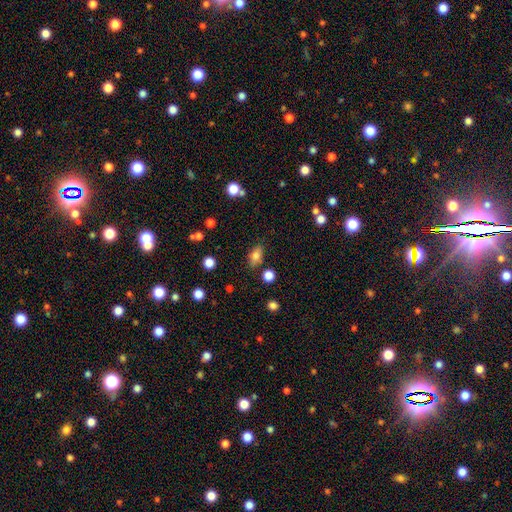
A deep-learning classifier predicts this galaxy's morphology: A smooth galaxy with no disk features (79%) that is in between round and cigar-shaped (84%).

Vote fractions:
- Smooth or featured? smooth: 79% / star or artifact: 10% / featured or disk: 10%
- How rounded? in between: 84% / round: 12% / cigar-shaped: 5%
- Merging? none: 80% / minor disturbance: 13% / merger: 4% / major disturbance: 3%